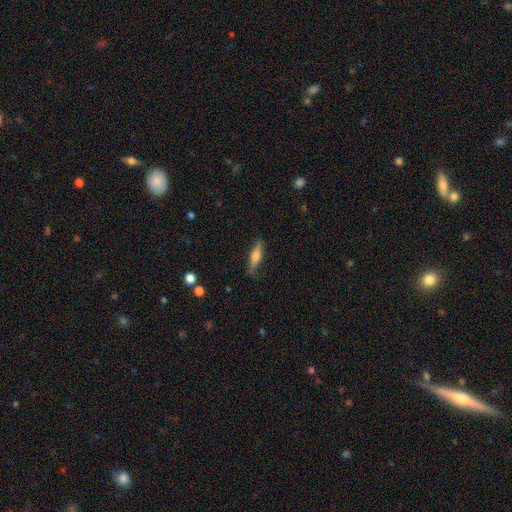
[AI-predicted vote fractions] This is possibly a smooth galaxy (55%). How rounded: likely cigar-shaped (73%). Merging: clearly none (82%).